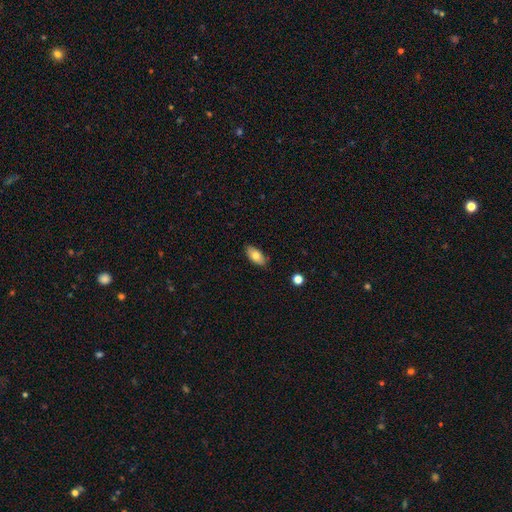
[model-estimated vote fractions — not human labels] Smooth or featured? Predicted: smooth (p=0.78). How rounded? Predicted: in between (p=0.90). Merging? Predicted: none (p=0.83).